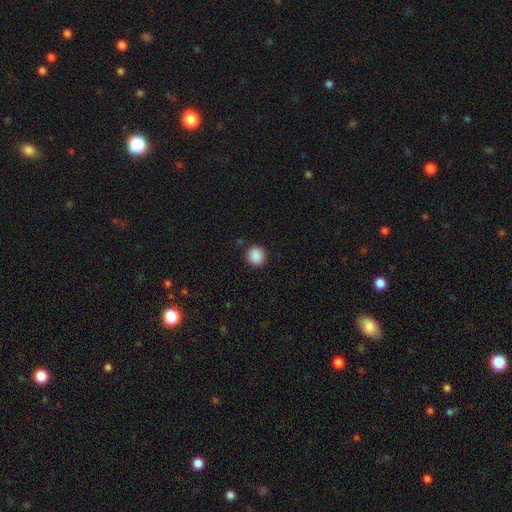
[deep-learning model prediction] Smooth or featured?
  - smooth: 89% *
  - star or artifact: 9%
  - featured or disk: 2%
How rounded?
  - round: 84% *
  - in between: 15%
  - cigar-shaped: 1%
Merging?
  - none: 90% *
  - minor disturbance: 7%
  - major disturbance: 2%
  - merger: 1%